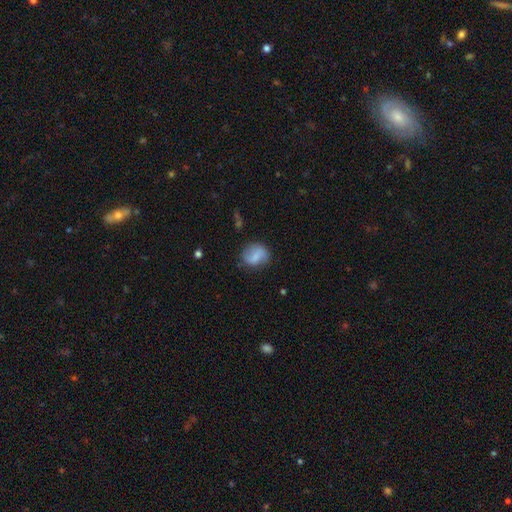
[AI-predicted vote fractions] smooth 58%, featured or disk 34%, star or artifact 8%. Down the decision tree: how rounded — round (62%); merging — none (73%).